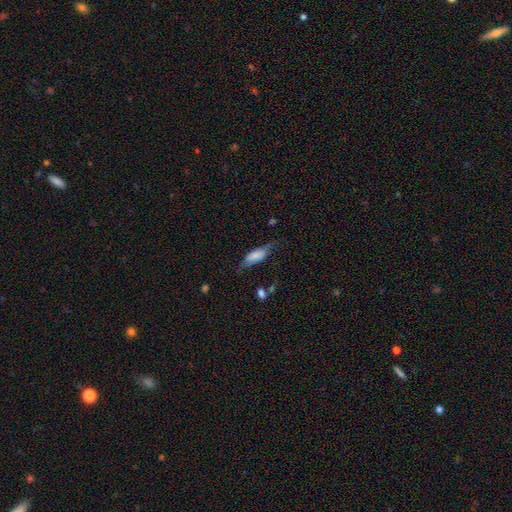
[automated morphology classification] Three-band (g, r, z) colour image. It shows a smooth galaxy with no disk features (69%) that is in between round and cigar-shaped (68%). Merging: none (52%).